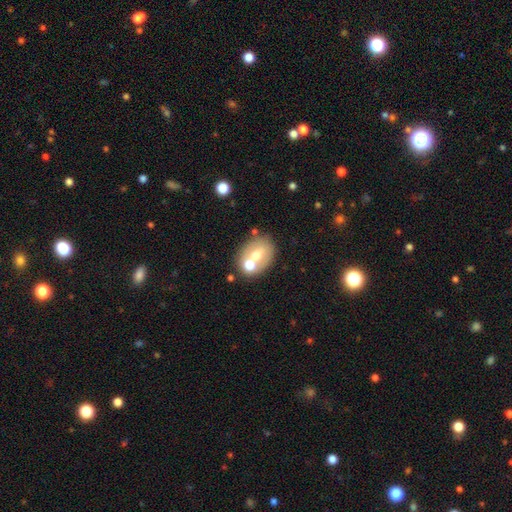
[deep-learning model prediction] Smooth or featured? smooth (56%)
How rounded? in between (64%)
Merging? none (50%)